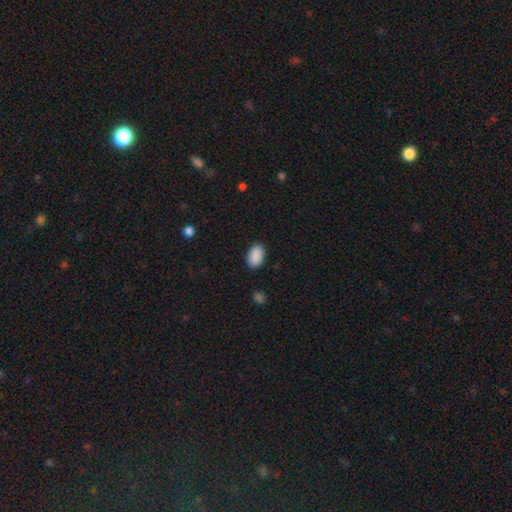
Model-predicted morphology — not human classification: smooth_or_featured: smooth (p=0.91) [alt: star or artifact p=0.07]
how_rounded: in between (p=0.91) [alt: round p=0.07]
merging: none (p=0.88) [alt: minor disturbance p=0.09]